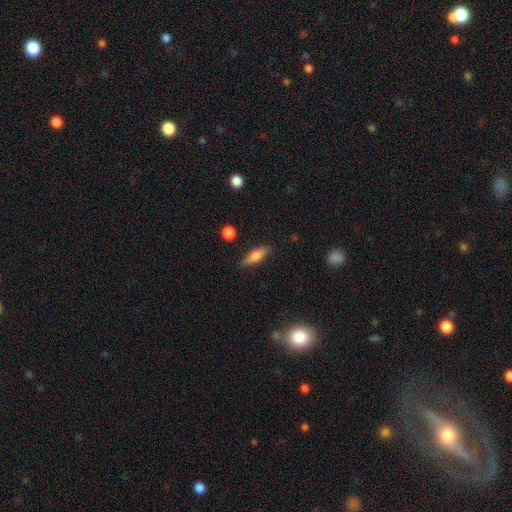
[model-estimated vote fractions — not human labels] Smooth or featured?
  - smooth: 67% *
  - featured or disk: 26%
  - star or artifact: 8%
How rounded?
  - cigar-shaped: 53% *
  - in between: 44%
  - round: 3%
Merging?
  - none: 85% *
  - minor disturbance: 11%
  - major disturbance: 3%
  - merger: 2%